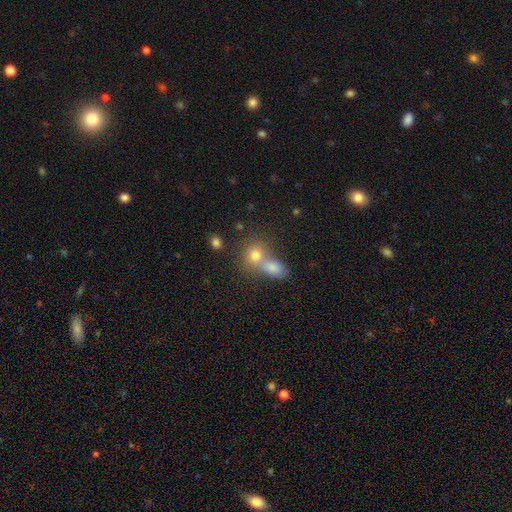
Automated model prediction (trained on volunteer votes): Q: Smooth or featured?
A: smooth (64%); runner-up: star or artifact (20%)
Q: How rounded?
A: round (74%); runner-up: in between (24%)
Q: Merging?
A: merger (55%); runner-up: none (37%)